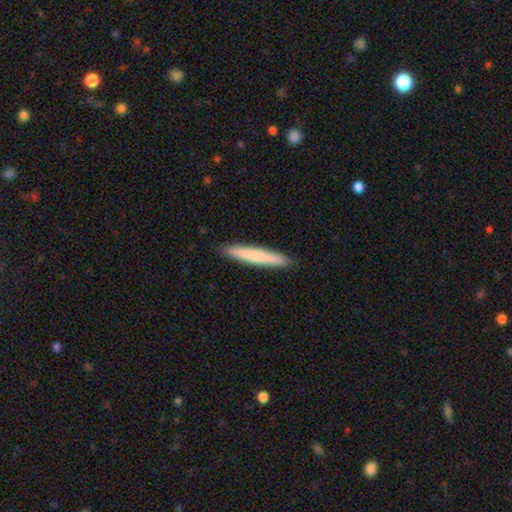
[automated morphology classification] Overall: smooth (75%). How rounded: cigar-shaped (95%). Merging: none (92%).